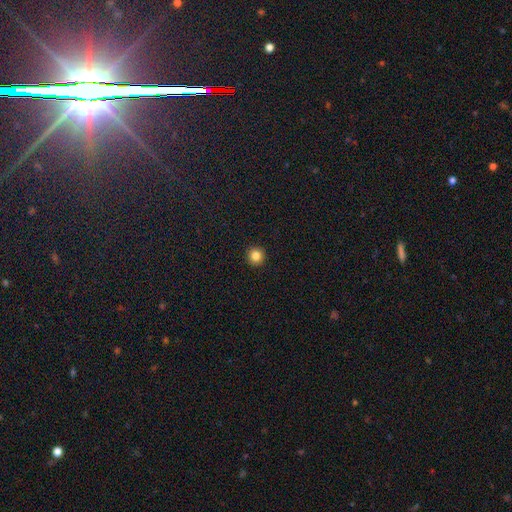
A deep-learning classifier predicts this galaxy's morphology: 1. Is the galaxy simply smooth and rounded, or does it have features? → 84% smooth, 11% star or artifact, 4% featured or disk.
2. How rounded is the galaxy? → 95% round, 4% in between, 1% cigar-shaped.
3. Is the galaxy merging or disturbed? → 94% none, 4% minor disturbance, 1% major disturbance, 1% merger.